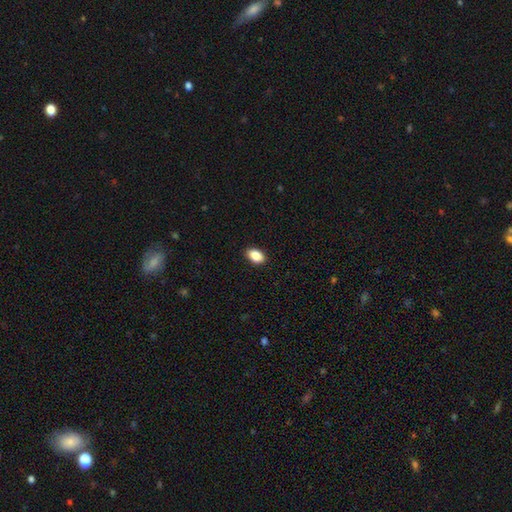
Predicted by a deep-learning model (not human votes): Smooth or featured? Predicted: smooth (p=0.88). How rounded? Predicted: in between (p=0.88). Merging? Predicted: none (p=0.89).